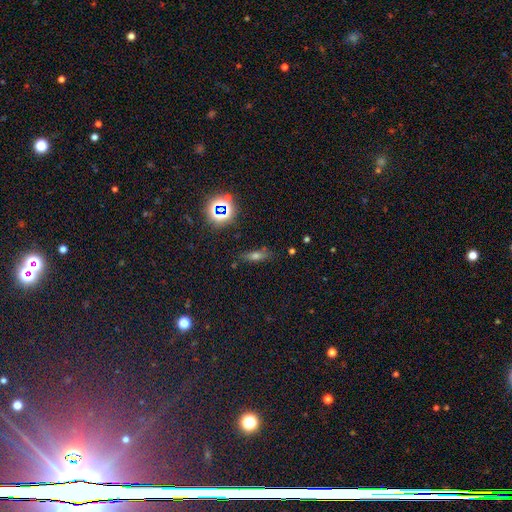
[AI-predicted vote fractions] Morphology: type=smooth (53%); roundness=cigar-shaped (46%); merging=none (79%).